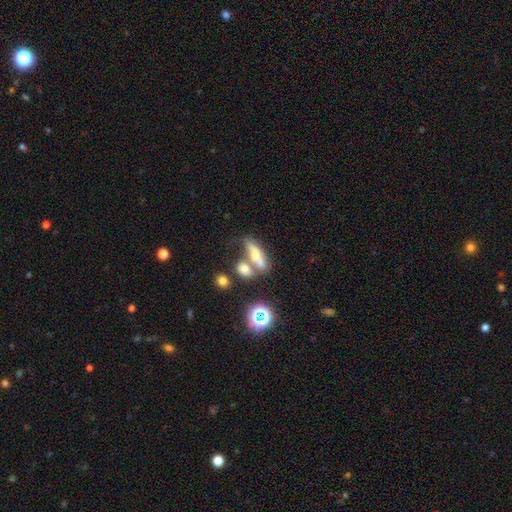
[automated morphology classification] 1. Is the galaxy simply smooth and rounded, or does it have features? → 52% smooth, 36% featured or disk, 12% star or artifact.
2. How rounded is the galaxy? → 47% in between, 45% cigar-shaped, 8% round.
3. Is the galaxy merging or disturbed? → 44% merger, 38% none, 12% minor disturbance, 7% major disturbance.